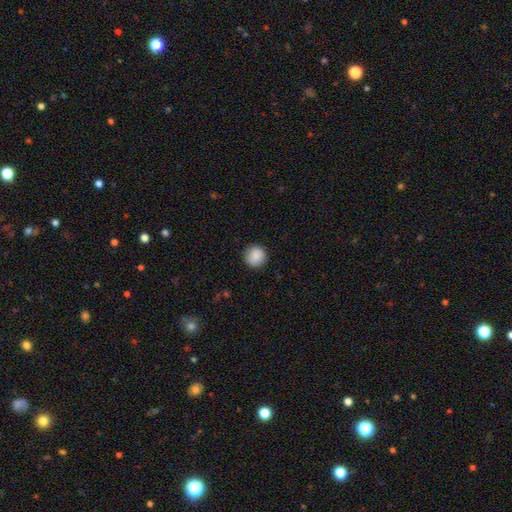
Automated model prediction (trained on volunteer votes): Smooth or featured? Predicted: smooth (p=0.88). How rounded? Predicted: round (p=0.94). Merging? Predicted: none (p=0.89).